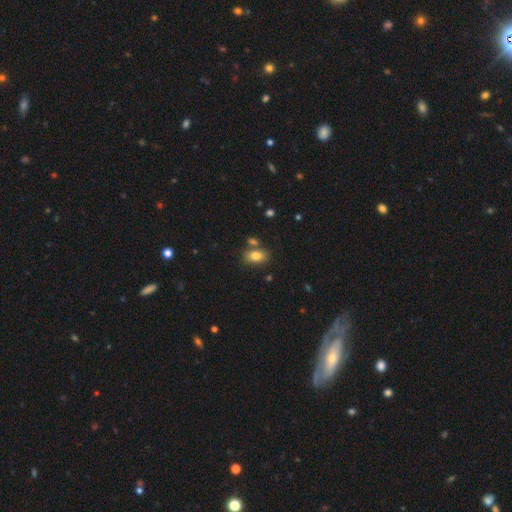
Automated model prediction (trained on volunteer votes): Overall: smooth (82%). How rounded: in between (85%). Merging: none (69%).